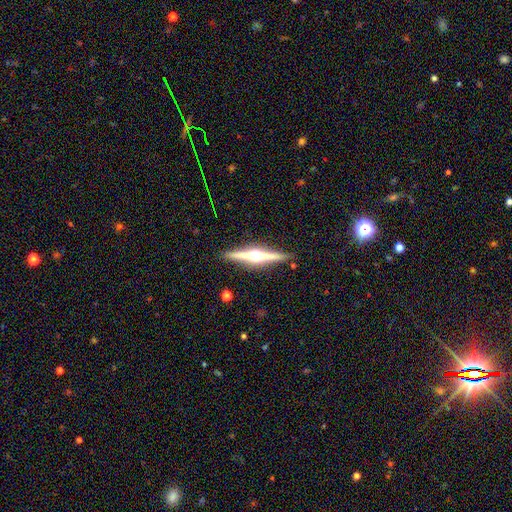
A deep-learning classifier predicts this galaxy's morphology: Overall: featured or disk (83%). Edge-on disk: yes (99%). Edge-on bulge: rounded (95%). Merging: none (91%).